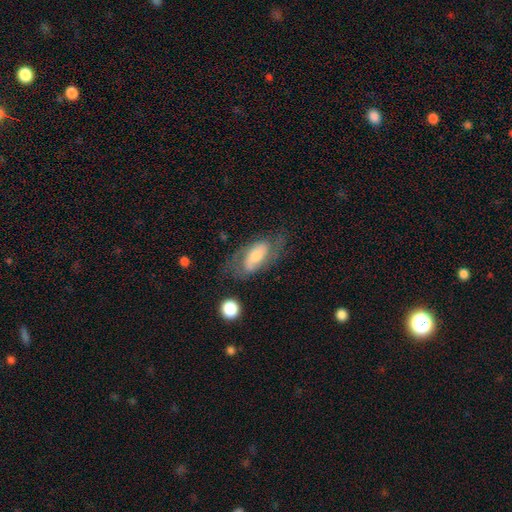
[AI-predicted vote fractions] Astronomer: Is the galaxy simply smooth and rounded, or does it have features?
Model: featured or disk — 59% (runner-up: smooth, 34%).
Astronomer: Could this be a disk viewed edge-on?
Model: no — 89%.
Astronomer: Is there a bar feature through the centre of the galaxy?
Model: no — 49% (runner-up: weak, 33%).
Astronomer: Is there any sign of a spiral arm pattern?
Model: yes — 79%.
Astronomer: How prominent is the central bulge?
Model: moderate — 52% (runner-up: small, 29%).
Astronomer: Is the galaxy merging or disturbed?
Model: none — 61%.